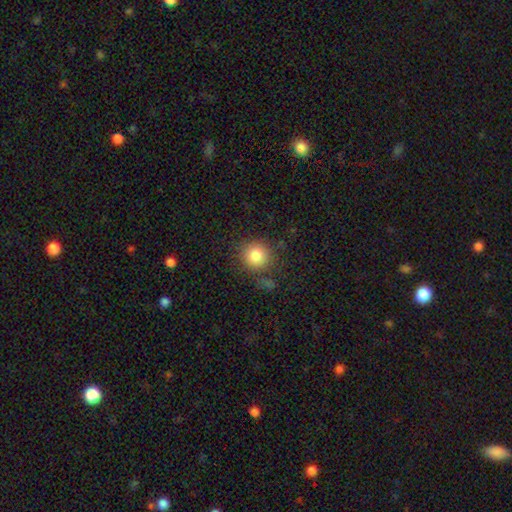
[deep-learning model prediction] This is clearly a smooth galaxy (83%). How rounded: clearly round (91%). Merging: likely none (79%).